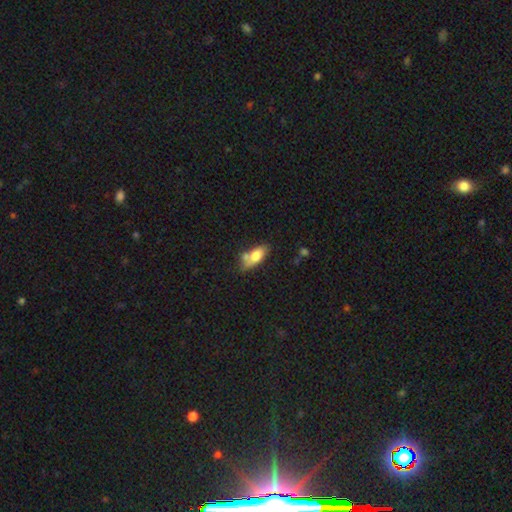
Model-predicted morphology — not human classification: This appears to be a smooth galaxy with no disk features (74%) that is in between round and cigar-shaped (81%). Merging: none (51%).